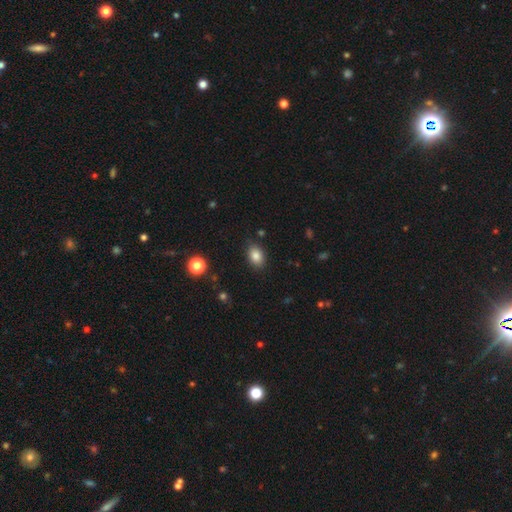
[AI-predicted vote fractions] The model was most divided on "how rounded": in between: 77%, round: 22%, cigar-shaped: 1%. More confident: merging — none (85%); smooth or featured — smooth (84%).